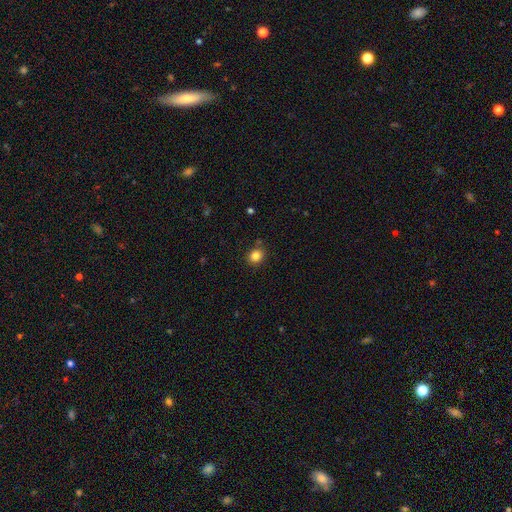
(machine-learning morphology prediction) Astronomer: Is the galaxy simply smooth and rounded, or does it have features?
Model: smooth — 84%.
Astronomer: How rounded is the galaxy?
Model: round — 77%.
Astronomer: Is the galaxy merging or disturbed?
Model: none — 83%.